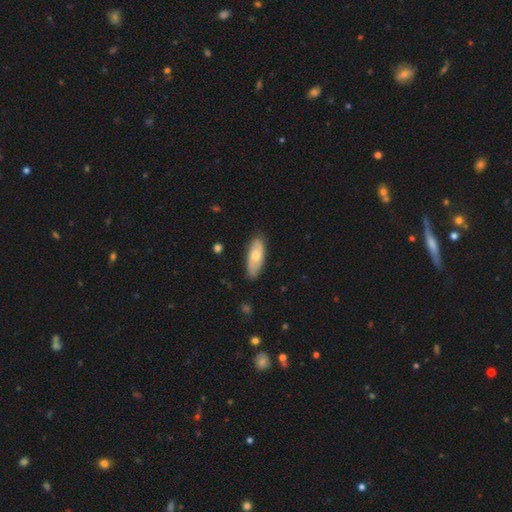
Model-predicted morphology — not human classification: Overall: smooth (66%; featured or disk 29%). How rounded: in between (76%). Merging: none (82%).